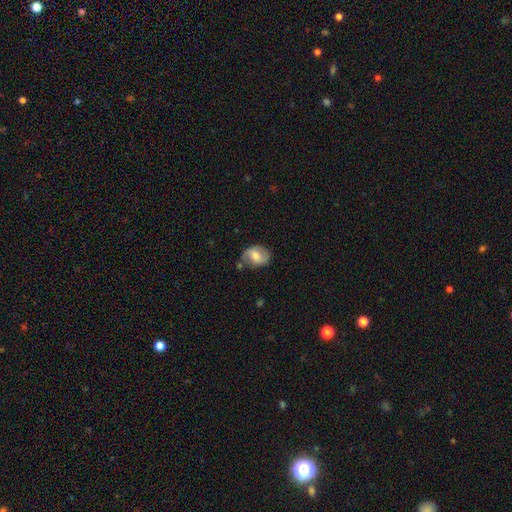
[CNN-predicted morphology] type=smooth (51%); roundness=in between (64%); merging=none (58%).